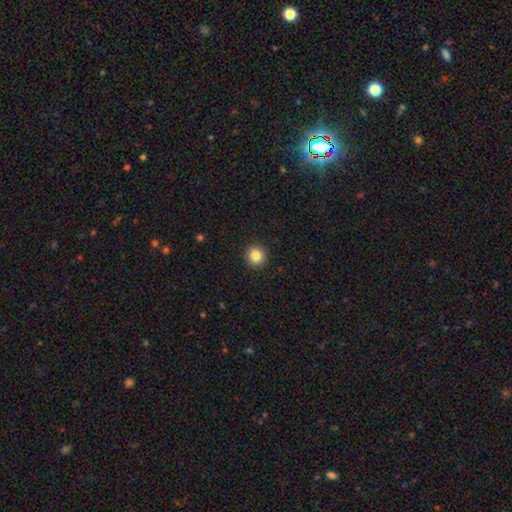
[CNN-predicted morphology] Smooth or featured? smooth (84%)
How rounded? round (93%)
Merging? none (92%)